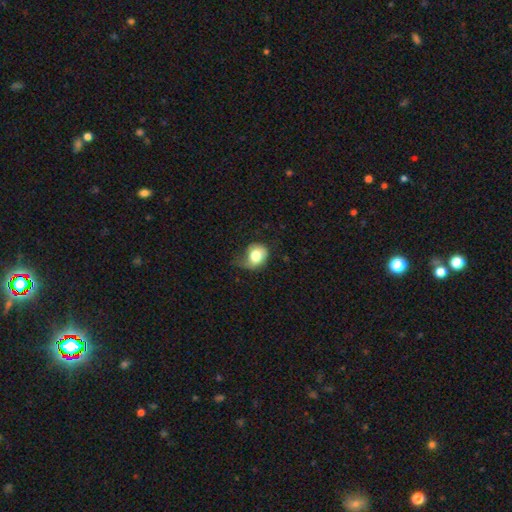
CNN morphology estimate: Overall: smooth (74%). How rounded: round (61%; in between 38%). Merging: minor disturbance (38%; none 35%).